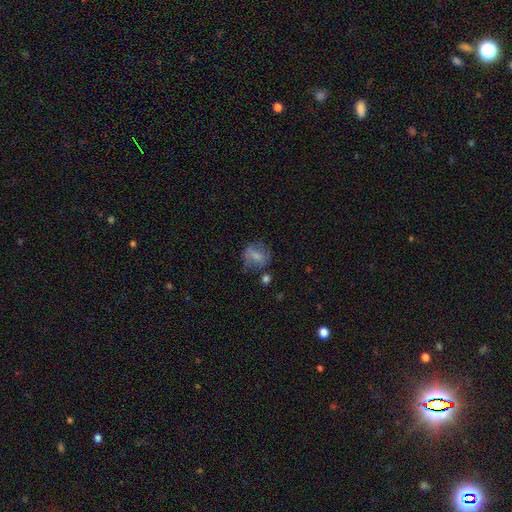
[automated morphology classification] This appears to be a smooth galaxy with no disk features (63%) that is in between round and cigar-shaped (51%). Merging: none (53%).